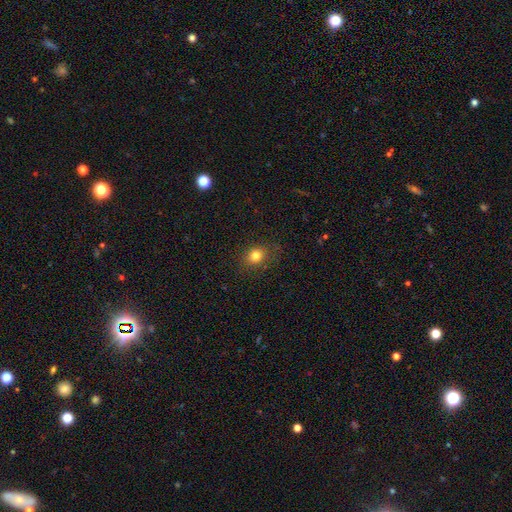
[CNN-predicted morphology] smooth_or_featured: smooth (p=0.80) [alt: star or artifact p=0.13]
how_rounded: round (p=0.67) [alt: in between p=0.32]
merging: none (p=0.84) [alt: minor disturbance p=0.11]